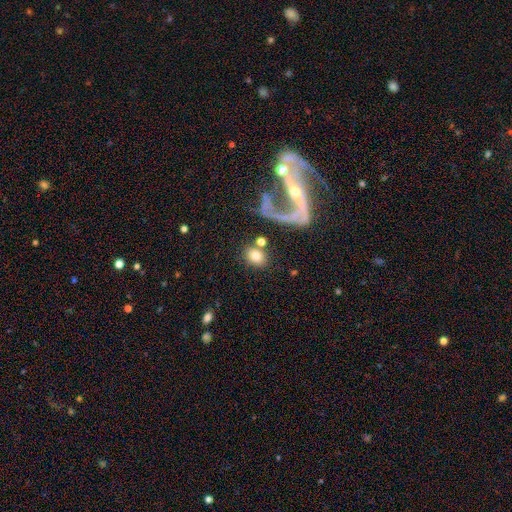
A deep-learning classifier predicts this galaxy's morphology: smooth-or-featured: smooth: 74% | featured or disk: 17% | star or artifact: 9%
  how-rounded: round: 49% (tied) | in between: 49% (tied) | cigar-shaped: 2%
  merging: none: 68% | merger: 12% | minor disturbance: 11% | major disturbance: 9%